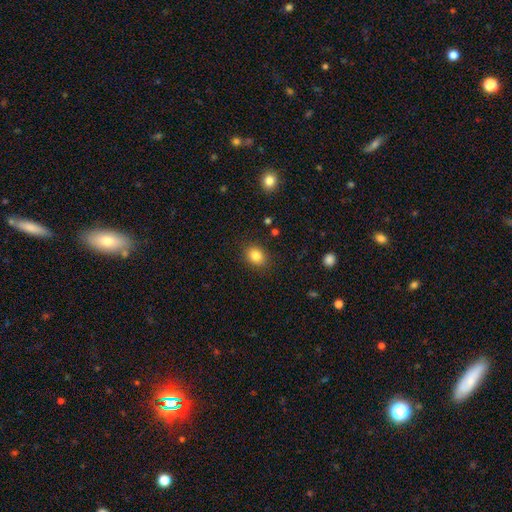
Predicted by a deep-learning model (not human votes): A smooth galaxy with no disk features (85%) that is in between round and cigar-shaped (58%).

Vote fractions:
- Smooth or featured? smooth: 85% / star or artifact: 10% / featured or disk: 6%
- How rounded? in between: 58% / round: 41% / cigar-shaped: 1%
- Merging? none: 87% / minor disturbance: 9% / major disturbance: 3% / merger: 1%